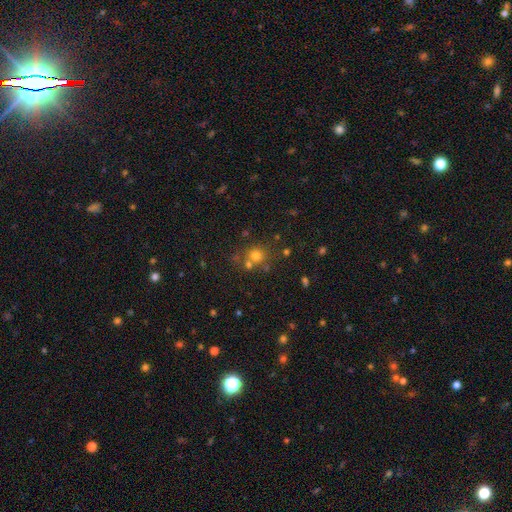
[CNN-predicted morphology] Smooth or featured?
  - smooth: 70% *
  - star or artifact: 20%
  - featured or disk: 10%
How rounded?
  - round: 87% *
  - in between: 12%
  - cigar-shaped: 1%
Merging?
  - none: 64% *
  - merger: 23%
  - minor disturbance: 9%
  - major disturbance: 4%